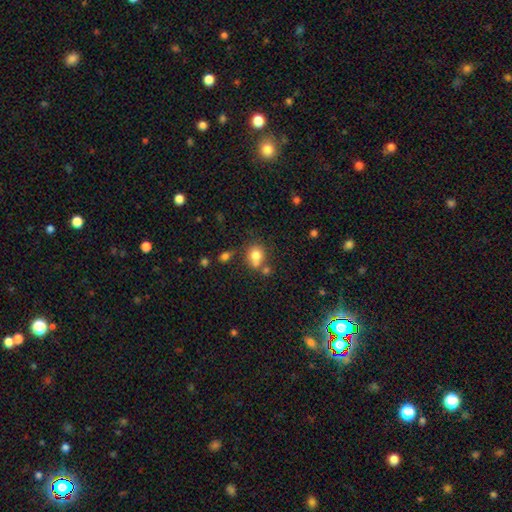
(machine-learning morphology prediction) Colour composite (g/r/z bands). It shows a smooth galaxy with no disk features (78%) that is round (66%). Merging: none (47%).